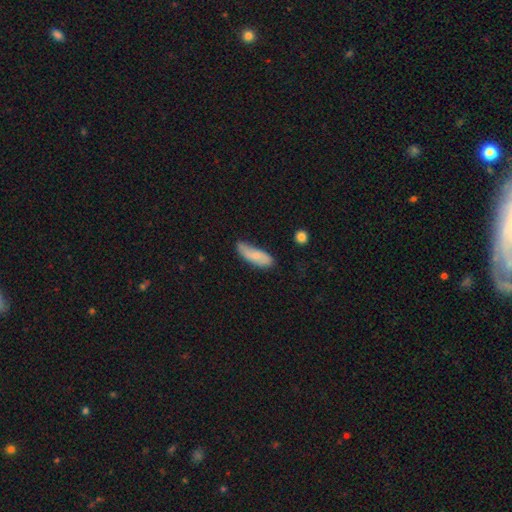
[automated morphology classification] A smooth galaxy with no disk features (69%) that is in between round and cigar-shaped (63%).

Vote fractions:
- Smooth or featured? smooth: 69% / featured or disk: 25% / star or artifact: 6%
- How rounded? in between: 63% / cigar-shaped: 35% / round: 2%
- Merging? none: 57% / minor disturbance: 32% / major disturbance: 7% / merger: 3%